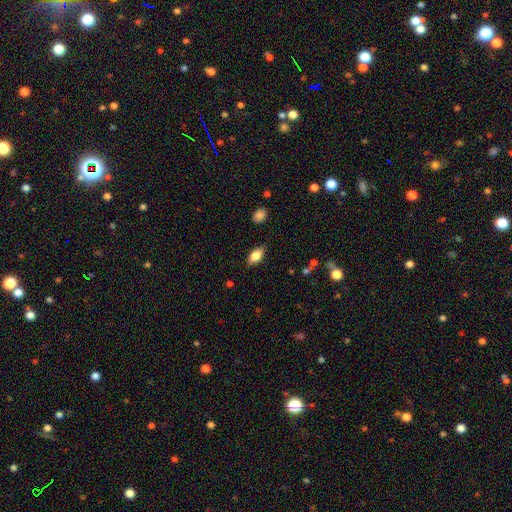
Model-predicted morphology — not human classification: The model was most divided on "smooth or featured": smooth: 77%, featured or disk: 15%, star or artifact: 8%. More confident: how rounded — in between (87%); merging — none (84%).